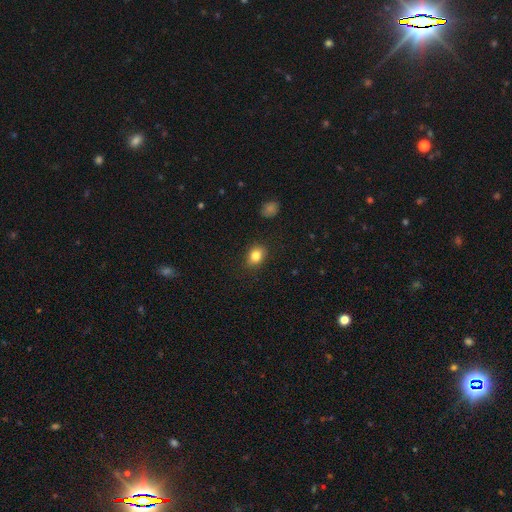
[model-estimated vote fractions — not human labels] A smooth galaxy with no disk features (83%) that is in between round and cigar-shaped (54%).

Vote fractions:
- Smooth or featured? smooth: 83% / star or artifact: 10% / featured or disk: 7%
- How rounded? in between: 54% / round: 45% / cigar-shaped: 1%
- Merging? none: 84% / minor disturbance: 12% / major disturbance: 3% / merger: 1%